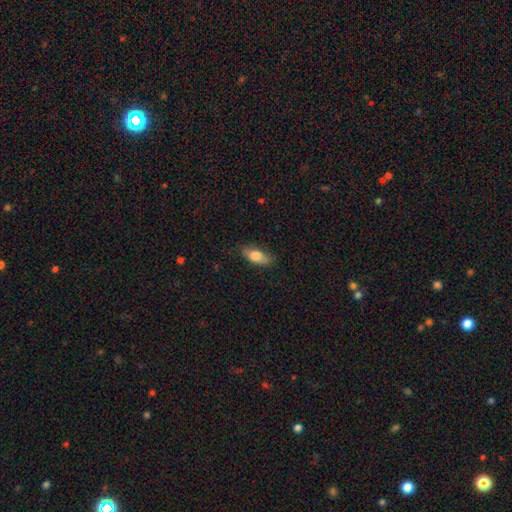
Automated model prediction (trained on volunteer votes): smooth-or-featured: smooth: 77% | featured or disk: 16% | star or artifact: 7%
  how-rounded: in between: 80% | cigar-shaped: 17% | round: 4%
  merging: none: 73% | minor disturbance: 21% | major disturbance: 5% | merger: 1%